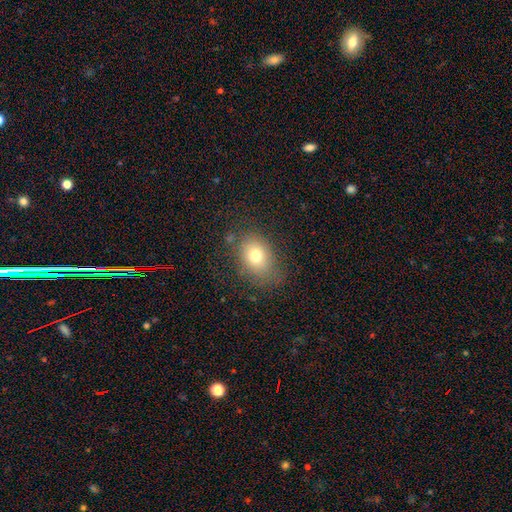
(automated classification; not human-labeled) This is likely a smooth galaxy (73%). How rounded: likely in between (60%). Merging: likely none (69%).